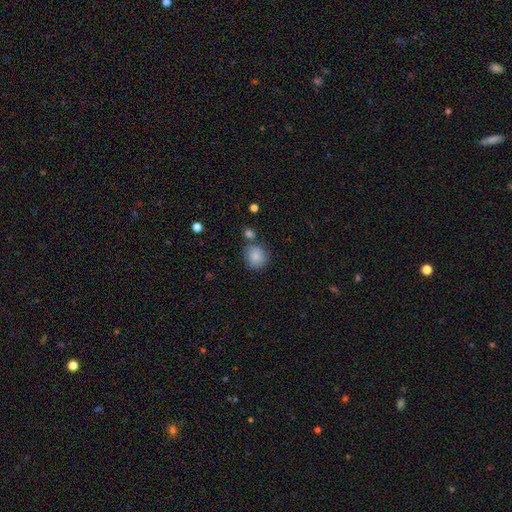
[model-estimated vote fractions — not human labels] This is clearly a smooth galaxy (86%). How rounded: likely round (80%). Merging: likely none (67%).